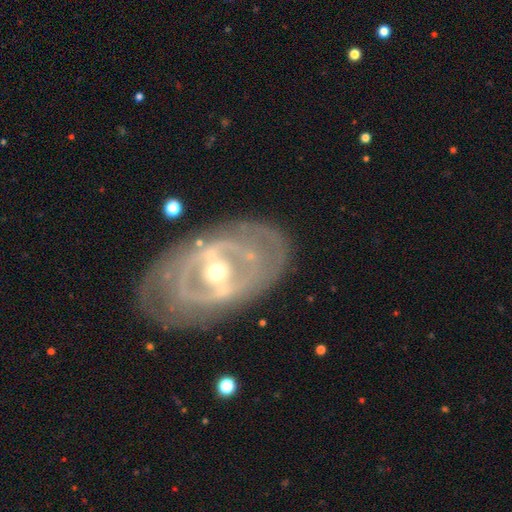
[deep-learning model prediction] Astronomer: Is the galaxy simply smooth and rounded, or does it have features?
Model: featured or disk — 85%.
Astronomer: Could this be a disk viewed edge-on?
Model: no — 93%.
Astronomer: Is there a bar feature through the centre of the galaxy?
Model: strong — 45% (runner-up: weak, 34%).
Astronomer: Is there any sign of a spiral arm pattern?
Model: yes — 67%.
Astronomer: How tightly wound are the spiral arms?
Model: tight — 65%.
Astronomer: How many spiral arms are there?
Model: can't tell — 43% (runner-up: 2, 37%).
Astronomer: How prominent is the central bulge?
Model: moderate — 58% (runner-up: small, 37%).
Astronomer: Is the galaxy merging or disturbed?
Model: none — 75%.